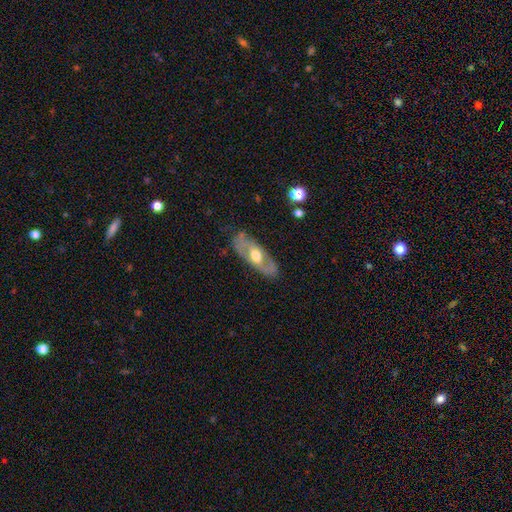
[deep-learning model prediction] The model was most divided on "spiral arms": no: 54%, yes: 46%. More confident: edge-on disk — no (79%); merging — none (77%); bulge size — moderate (69%); smooth or featured — featured or disk (65%); bar — no (60%).